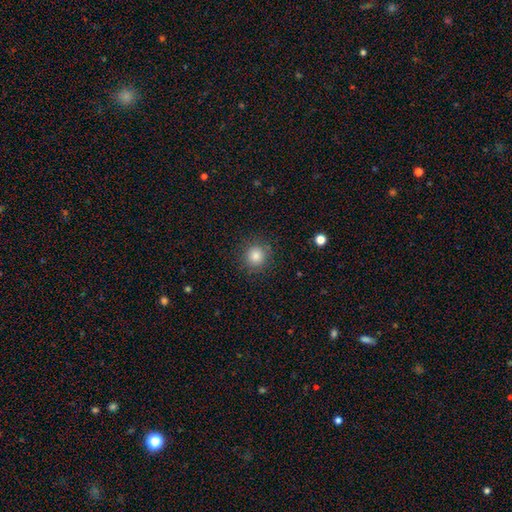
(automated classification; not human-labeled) Morphology: type=smooth (84%); roundness=round (92%); merging=none (88%).